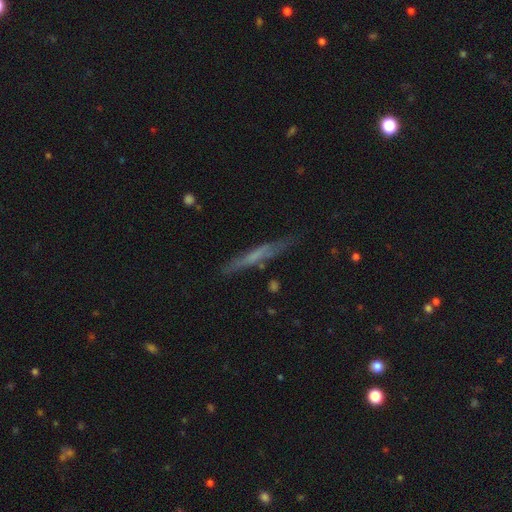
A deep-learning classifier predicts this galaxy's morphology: type=featured or disk (47%); merging=none (78%).